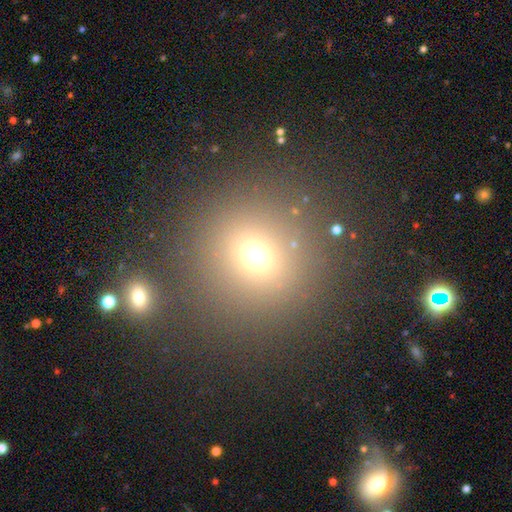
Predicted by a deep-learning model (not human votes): Q: Smooth or featured?
A: smooth (66%); runner-up: star or artifact (25%)
Q: How rounded?
A: round (89%); runner-up: in between (10%)
Q: Merging?
A: none (81%); runner-up: merger (7%)